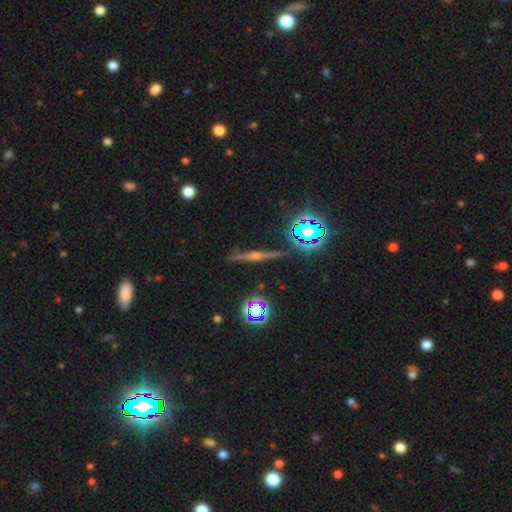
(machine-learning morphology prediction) This appears to be a featured or disk galaxy (69%) viewed edge-on (97%) with a rounded central bulge (86%). Merging: none (90%).